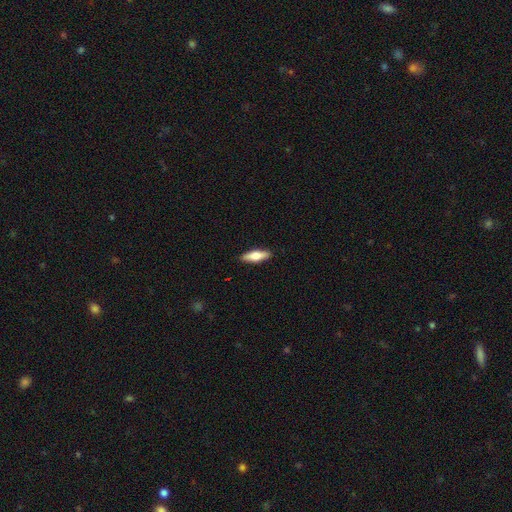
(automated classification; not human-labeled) Smooth or featured? smooth (62%)
How rounded? cigar-shaped (55%)
Merging? none (90%)